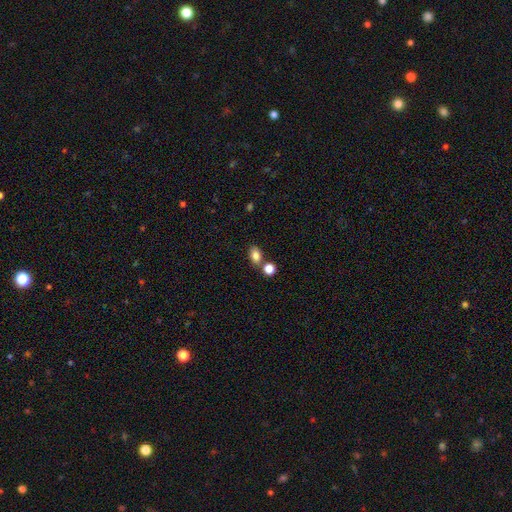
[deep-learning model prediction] smooth 82%, star or artifact 11%, featured or disk 7%. Down the decision tree: how rounded — in between (78%); merging — none (64%).